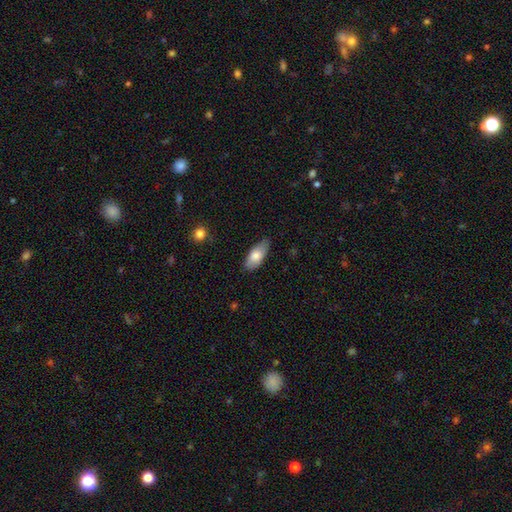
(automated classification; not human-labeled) A smooth galaxy with no disk features (76%) that is in between round and cigar-shaped (88%). Merging: none (77%).